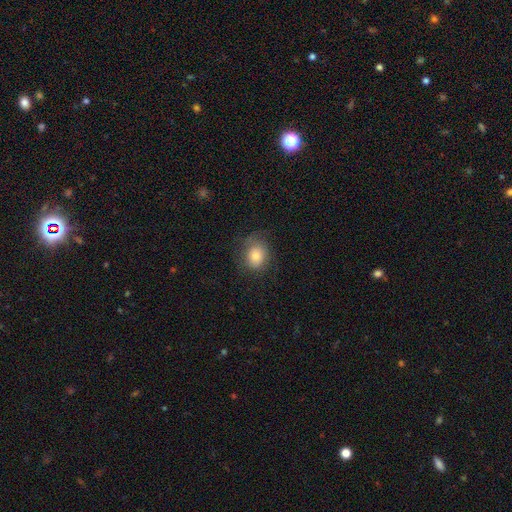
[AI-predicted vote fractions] A smooth galaxy with no disk features (76%) that is round (62%).

Vote fractions:
- Smooth or featured? smooth: 76% / featured or disk: 14% / star or artifact: 10%
- How rounded? round: 62% / in between: 37% / cigar-shaped: 1%
- Merging? none: 69% / minor disturbance: 21% / major disturbance: 9% / merger: 1%